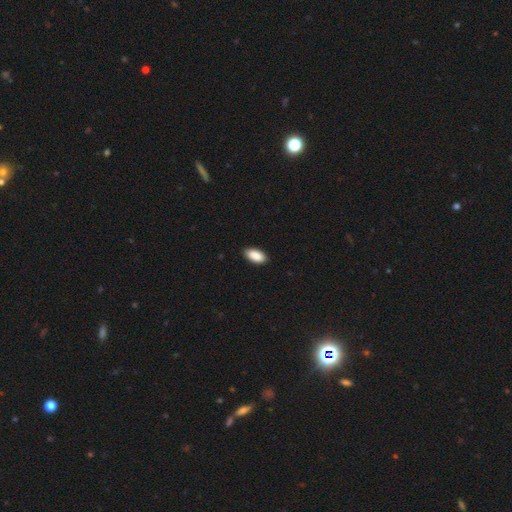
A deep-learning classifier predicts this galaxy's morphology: Overall: smooth (90%). How rounded: in between (94%). Merging: none (88%).